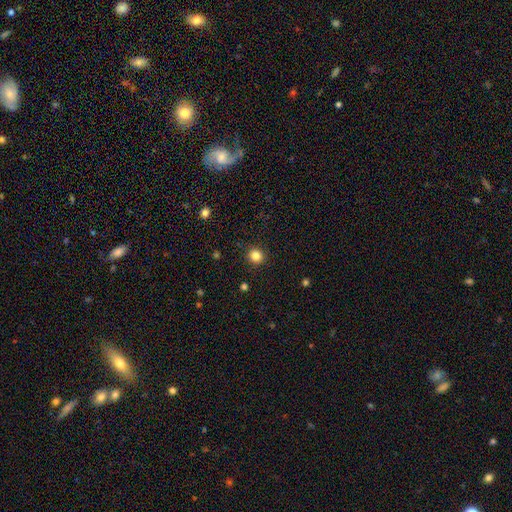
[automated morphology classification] Q: Smooth or featured?
A: smooth (84%); runner-up: star or artifact (12%)
Q: How rounded?
A: round (90%); runner-up: in between (9%)
Q: Merging?
A: none (91%); runner-up: minor disturbance (6%)